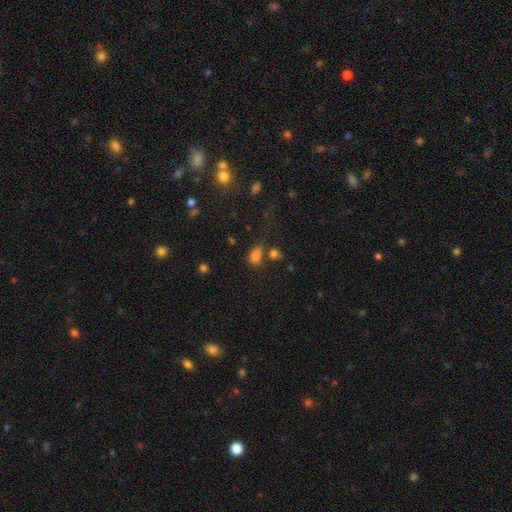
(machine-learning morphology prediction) Overall: smooth (76%). How rounded: in between (82%). Merging: none (49%; merger 20%).